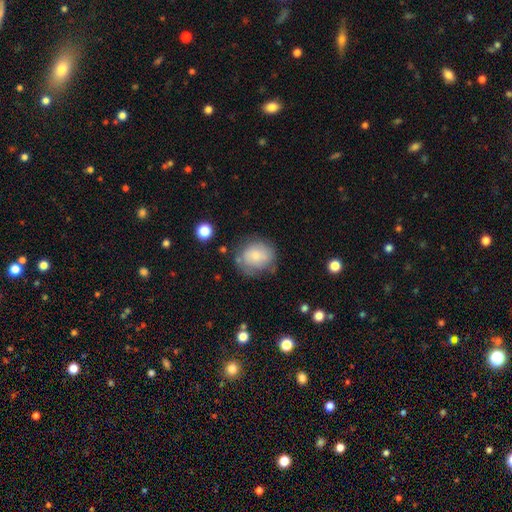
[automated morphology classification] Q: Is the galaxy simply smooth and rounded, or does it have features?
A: smooth — 67%.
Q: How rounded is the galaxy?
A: round — 78%.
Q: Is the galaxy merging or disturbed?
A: none — 61%.